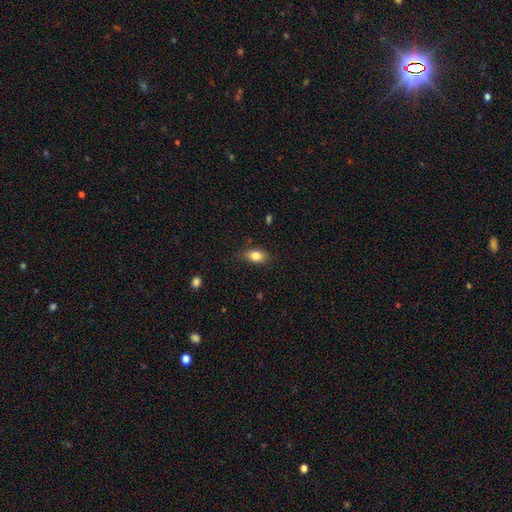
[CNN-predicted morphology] Q: Smooth or featured?
A: smooth (84%); runner-up: star or artifact (8%)
Q: How rounded?
A: in between (85%); runner-up: round (11%)
Q: Merging?
A: none (78%); runner-up: minor disturbance (17%)